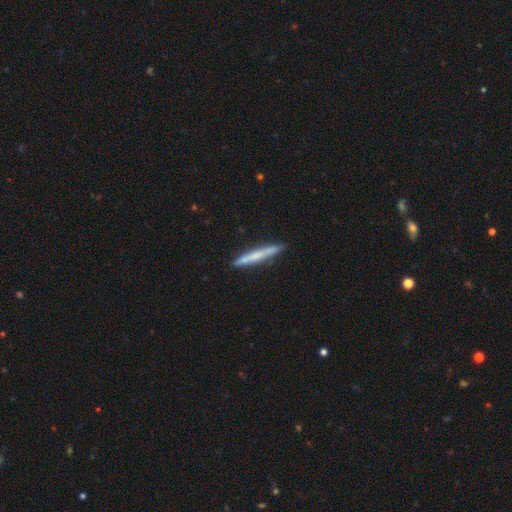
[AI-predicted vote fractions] A smooth galaxy with no disk features (58%) that is cigar-shaped (96%). Merging: none (89%).